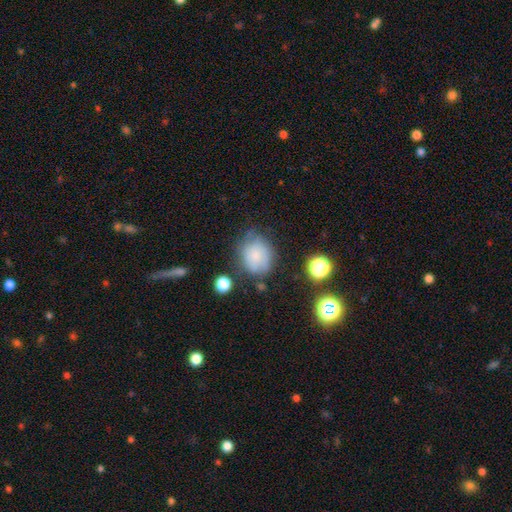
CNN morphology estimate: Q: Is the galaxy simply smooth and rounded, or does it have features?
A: smooth — 71%.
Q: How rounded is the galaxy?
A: round — 69%.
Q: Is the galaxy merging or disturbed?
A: none — 57%.